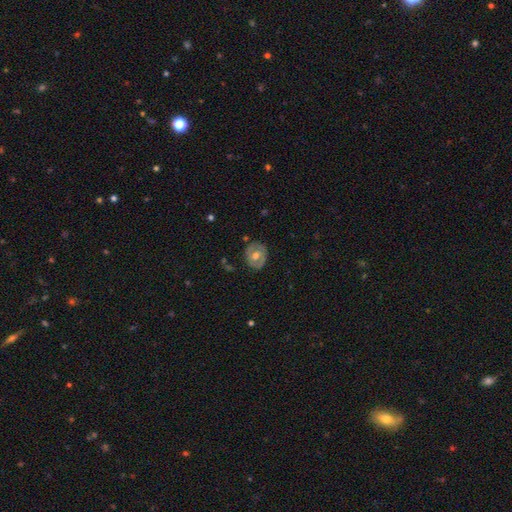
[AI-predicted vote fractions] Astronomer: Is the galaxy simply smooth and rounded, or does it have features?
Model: featured or disk — 53% (runner-up: smooth, 41%).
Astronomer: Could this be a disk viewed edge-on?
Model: no — 95%.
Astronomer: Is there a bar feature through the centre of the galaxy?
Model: no — 54% (runner-up: weak, 36%).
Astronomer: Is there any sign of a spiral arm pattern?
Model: no — 57% (runner-up: yes, 43%).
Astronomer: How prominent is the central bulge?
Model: moderate — 74%.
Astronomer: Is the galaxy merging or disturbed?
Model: none — 79%.